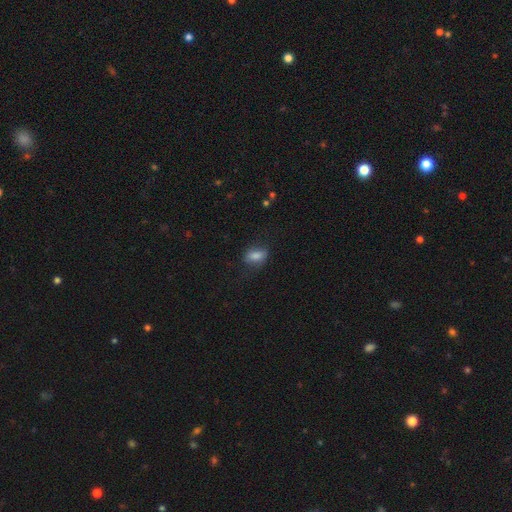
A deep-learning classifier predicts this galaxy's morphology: Smooth or featured: smooth — 78% (featured or disk — 13%)
How rounded: in between — 82% (round — 12%)
Merging: none — 66% (minor disturbance — 23%)